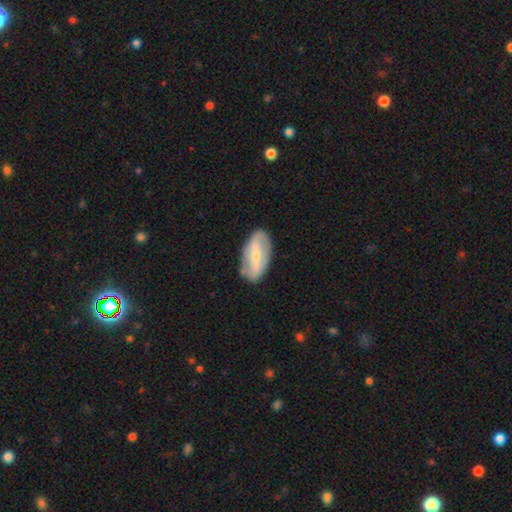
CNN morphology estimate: Smooth or featured: featured or disk — 57% (smooth — 38%)
Edge-on disk: no — 89% (yes — 11%)
Bar: strong — 59% (weak — 29%)
Spiral arms: yes — 56% (no — 44%)
Bulge size: small — 61% (moderate — 29%)
Merging: none — 82% (minor disturbance — 13%)